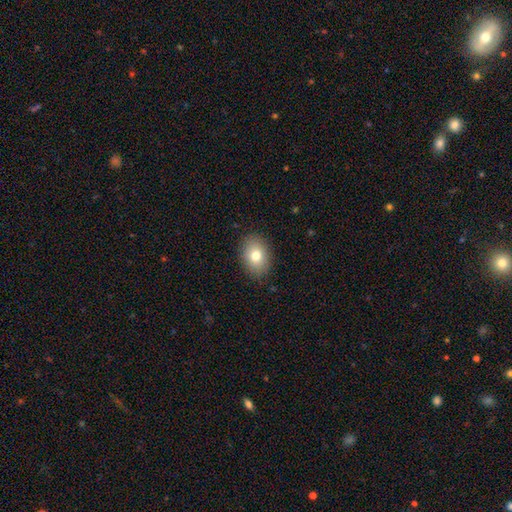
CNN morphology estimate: Overall: smooth (78%). How rounded: in between (73%). Merging: none (87%).